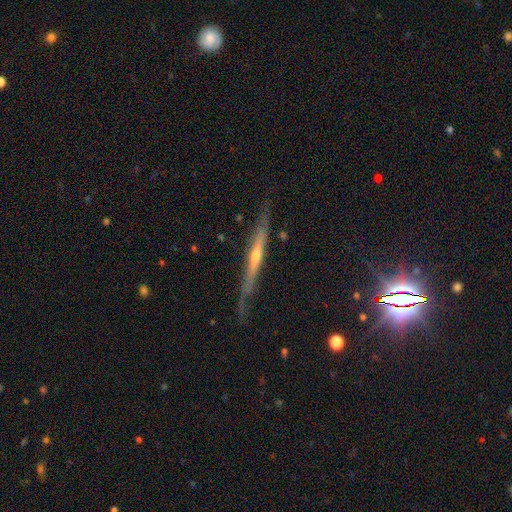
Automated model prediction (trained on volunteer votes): Smooth or featured? Predicted: featured or disk (p=0.76). Edge-on disk? Predicted: yes (p=0.96). Edge-on bulge? Predicted: rounded (p=0.67). Merging? Predicted: none (p=0.80).